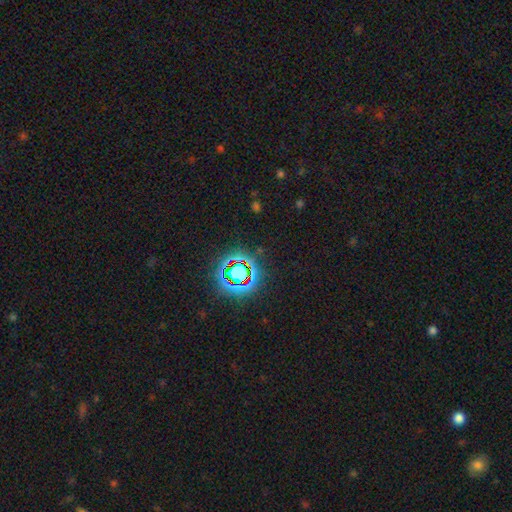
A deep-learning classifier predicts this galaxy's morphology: star or artifact 81%, smooth 12%, featured or disk 7%.